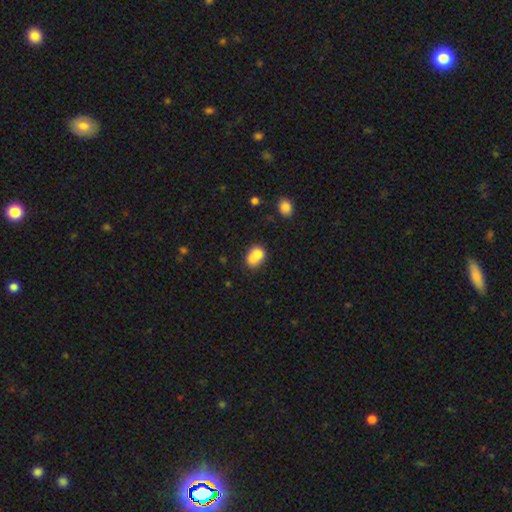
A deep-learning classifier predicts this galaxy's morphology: smooth-or-featured: smooth: 74% | featured or disk: 17% | star or artifact: 9%
  how-rounded: in between: 61% | round: 38% | cigar-shaped: 1%
  merging: merger: 55% | none: 29% | minor disturbance: 11% | major disturbance: 5%